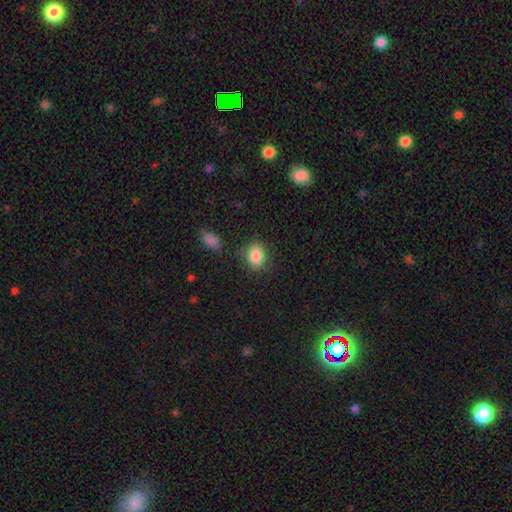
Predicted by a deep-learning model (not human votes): smooth_or_featured: smooth (p=0.87) [alt: star or artifact p=0.08]
how_rounded: in between (p=0.66) [alt: round p=0.33]
merging: none (p=0.80) [alt: minor disturbance p=0.13]